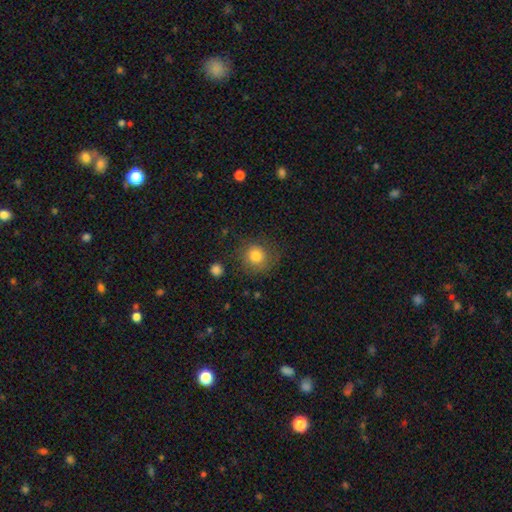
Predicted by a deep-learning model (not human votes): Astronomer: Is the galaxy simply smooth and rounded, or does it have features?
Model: smooth — 77%.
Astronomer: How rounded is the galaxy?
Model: round — 90%.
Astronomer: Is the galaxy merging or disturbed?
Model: none — 75%.